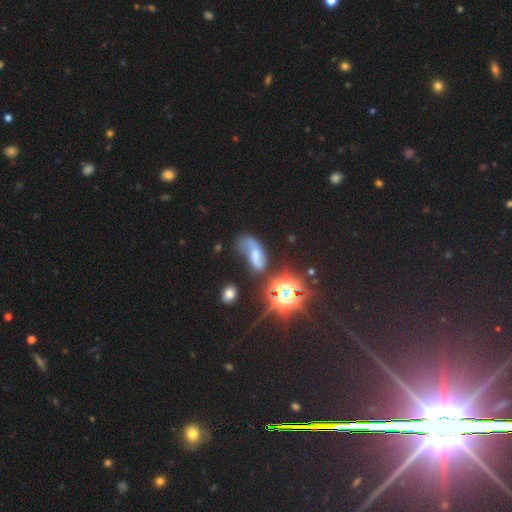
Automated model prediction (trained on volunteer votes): Q: Smooth or featured?
A: smooth (39%); runner-up: featured or disk (38%)
Q: Merging?
A: major disturbance (33%); runner-up: none (26%)